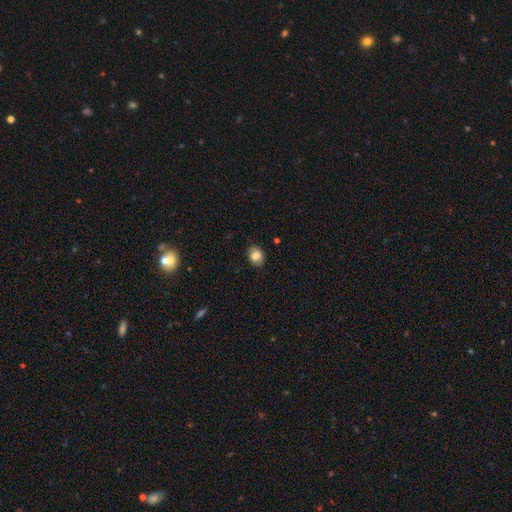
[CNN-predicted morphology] type=smooth (81%); roundness=in between (64%); merging=none (86%).